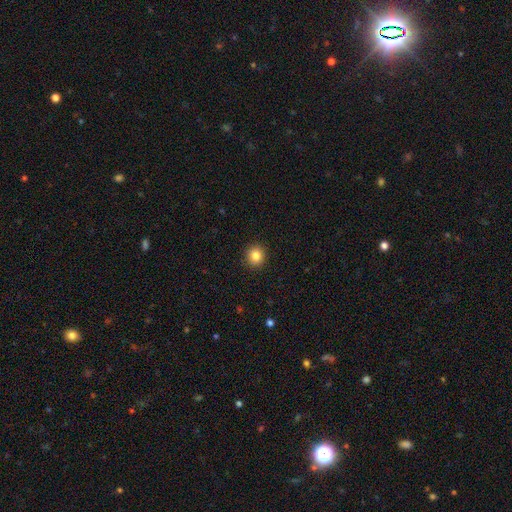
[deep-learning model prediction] A smooth galaxy with no disk features (84%) that is round (89%). Merging: none (92%).